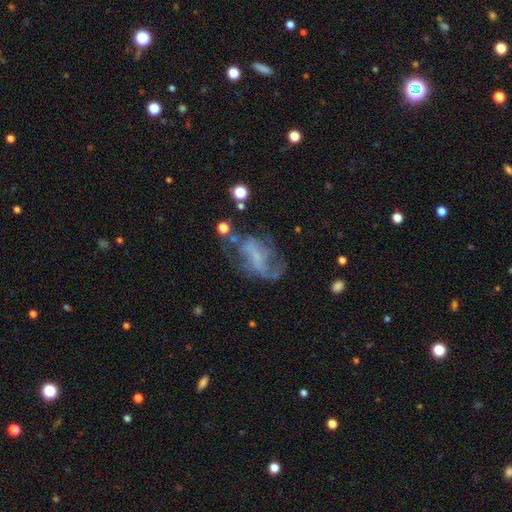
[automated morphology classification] featured or disk 67%, smooth 21%, star or artifact 12%. Down the decision tree: edge-on disk — no (96%); bar — no (45%); spiral arms — yes (64%); bulge size — none (47%); merging — none (40%).